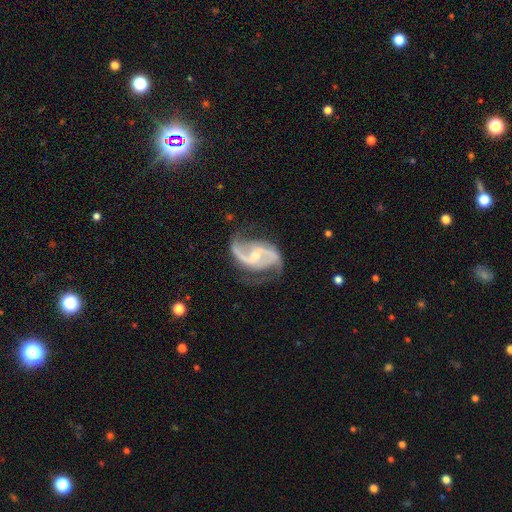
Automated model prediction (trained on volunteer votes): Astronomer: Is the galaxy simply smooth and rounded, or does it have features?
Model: featured or disk — 91%.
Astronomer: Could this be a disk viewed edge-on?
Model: no — 97%.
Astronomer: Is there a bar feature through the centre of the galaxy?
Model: weak — 43% (runner-up: no, 34%).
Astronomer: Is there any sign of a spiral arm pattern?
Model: yes — 97%.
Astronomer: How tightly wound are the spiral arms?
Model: loose — 49% (runner-up: medium, 41%).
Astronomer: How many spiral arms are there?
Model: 2 — 89%.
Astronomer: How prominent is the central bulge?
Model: small — 58% (runner-up: moderate, 37%).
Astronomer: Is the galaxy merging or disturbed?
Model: none — 66%.